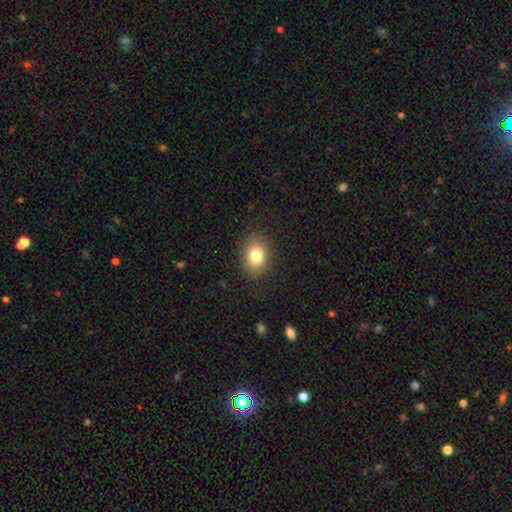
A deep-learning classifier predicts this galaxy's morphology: smooth-or-featured: smooth: 80% | featured or disk: 10% | star or artifact: 10%
  how-rounded: in between: 69% | round: 30% | cigar-shaped: 1%
  merging: none: 86% | minor disturbance: 9% | major disturbance: 3% | merger: 1%